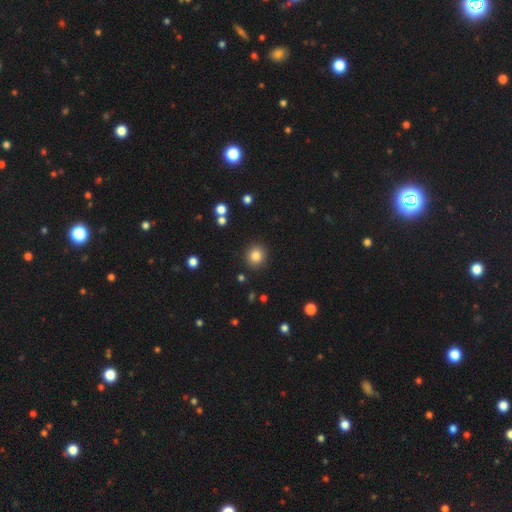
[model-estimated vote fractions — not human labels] The model was most divided on "smooth or featured": smooth: 84%, star or artifact: 11%, featured or disk: 5%. More confident: how rounded — round (90%); merging — none (90%).